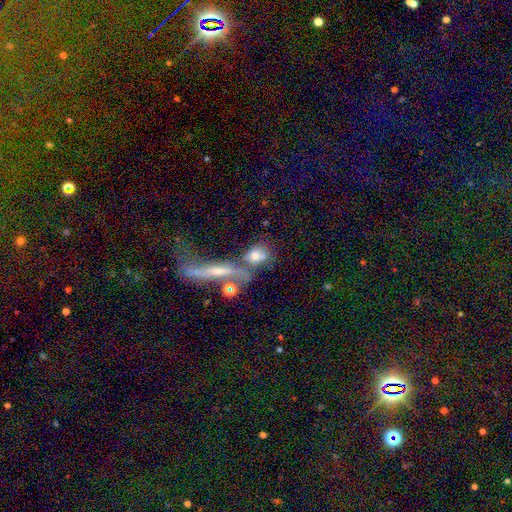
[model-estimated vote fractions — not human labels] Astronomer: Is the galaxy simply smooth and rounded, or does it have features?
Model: smooth — 62%.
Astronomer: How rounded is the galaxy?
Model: in between — 51% (runner-up: round, 36%).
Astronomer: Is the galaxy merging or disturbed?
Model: merger — 39% (runner-up: none, 36%).